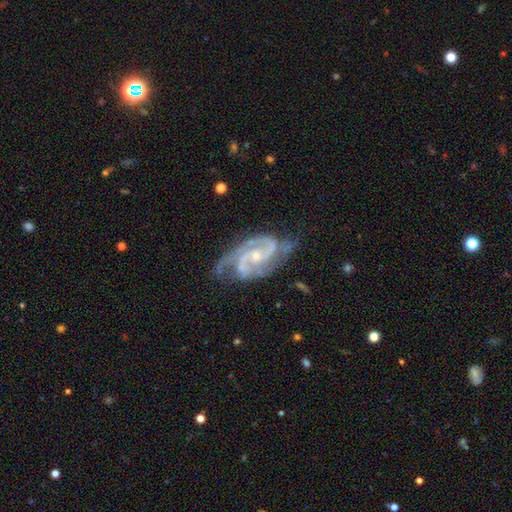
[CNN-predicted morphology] type=featured or disk (92%); edge-on=no (97%); bar=no (50%); spiral arms=yes (99%); winding=medium (51%); arm count=2 (62%); bulge=small (65%); merging=none (67%).